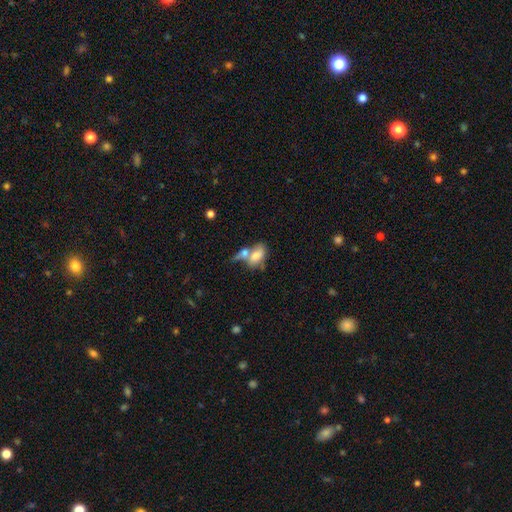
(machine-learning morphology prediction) The model was most divided on "merging": merger: 54%, none: 25%, minor disturbance: 12%, major disturbance: 9%. More confident: how rounded — in between (86%); smooth or featured — smooth (67%).